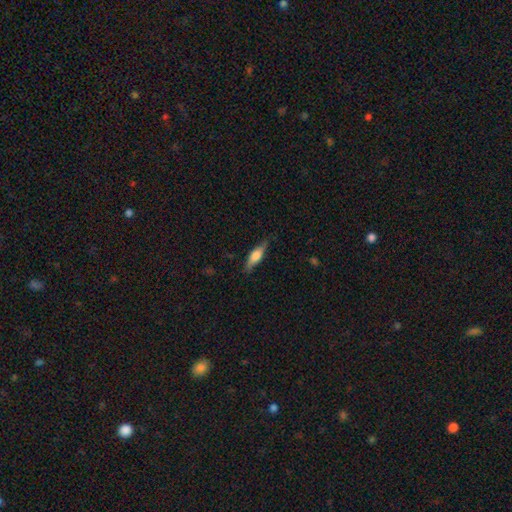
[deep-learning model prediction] This appears to be a smooth galaxy with no disk features (52%) that is cigar-shaped (55%). Merging: none (81%).